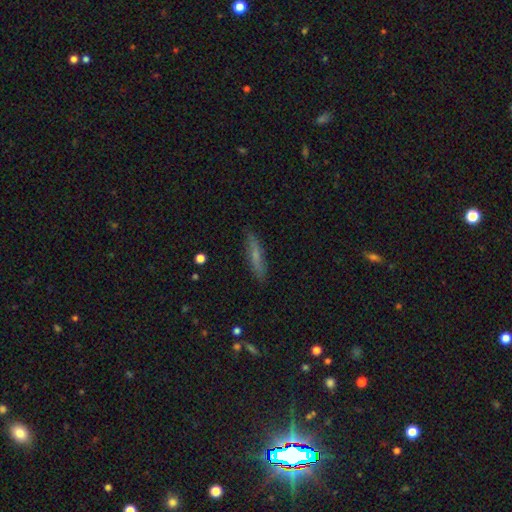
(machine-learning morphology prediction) smooth_or_featured: smooth (p=0.60) [alt: featured or disk p=0.32]
how_rounded: cigar-shaped (p=0.85) [alt: in between p=0.13]
merging: none (p=0.86) [alt: minor disturbance p=0.11]